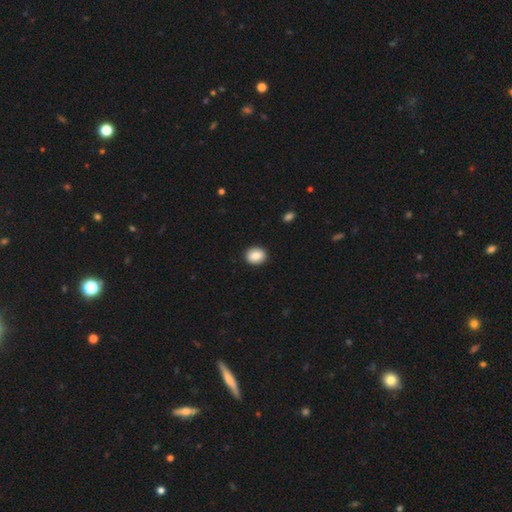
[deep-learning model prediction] A smooth galaxy with no disk features (82%) that is round (61%).

Vote fractions:
- Smooth or featured? smooth: 82% / featured or disk: 11% / star or artifact: 8%
- How rounded? round: 61% / in between: 38% / cigar-shaped: 1%
- Merging? none: 91% / minor disturbance: 6% / major disturbance: 2% / merger: 1%